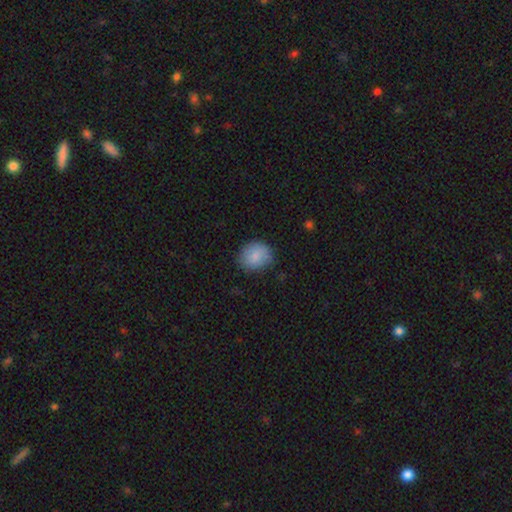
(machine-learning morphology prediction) This appears to be a smooth galaxy with no disk features (86%) that is round (66%). Merging: none (77%).